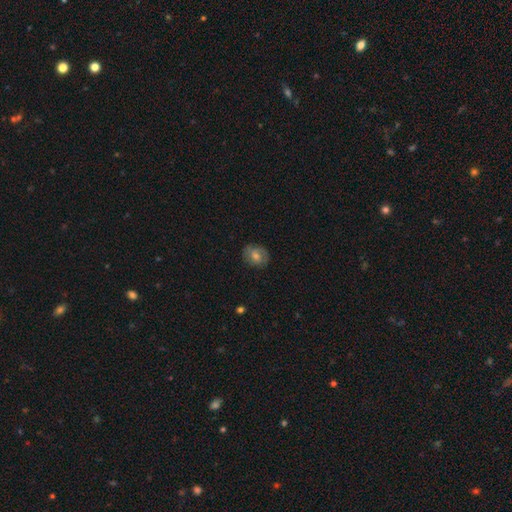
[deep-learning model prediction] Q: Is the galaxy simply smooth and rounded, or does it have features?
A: smooth — 55%.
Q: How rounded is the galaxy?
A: round — 69%.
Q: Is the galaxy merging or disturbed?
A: none — 82%.